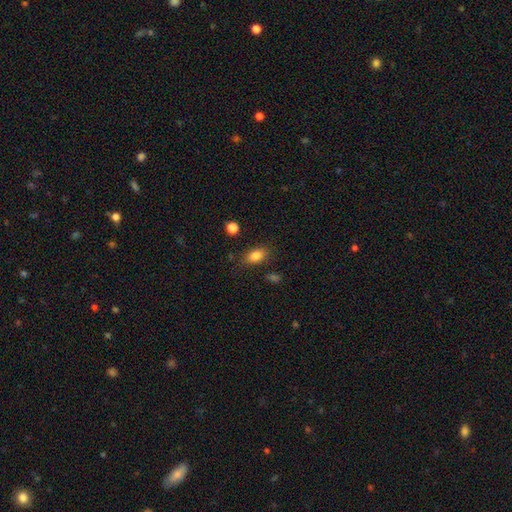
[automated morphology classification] smooth_or_featured: smooth (p=0.83) [alt: star or artifact p=0.09]
how_rounded: in between (p=0.85) [alt: round p=0.12]
merging: none (p=0.81) [alt: minor disturbance p=0.13]